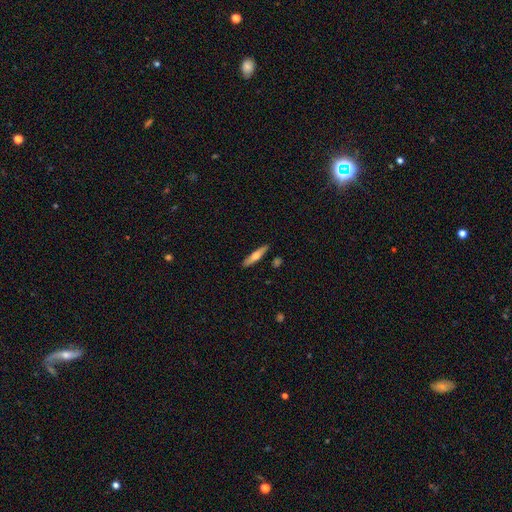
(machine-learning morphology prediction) This appears to be a smooth galaxy with no disk features (50%) that is cigar-shaped (86%). Merging: none (89%).